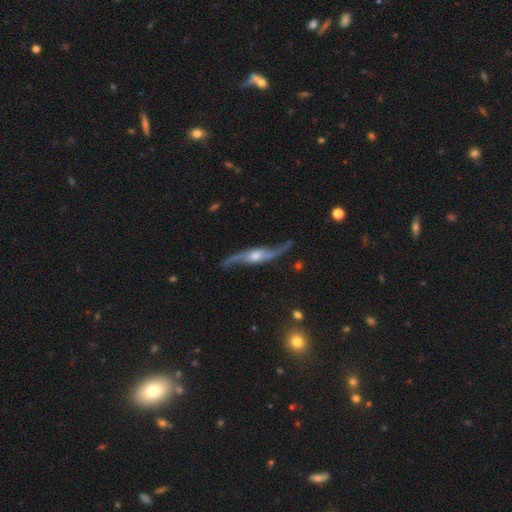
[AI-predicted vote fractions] This appears to be a featured or disk galaxy (90%) with no bar (56%), 2 (94%) loose (86%) spiral arms (96%) and a moderate central bulge (56%). Merging: none (75%).